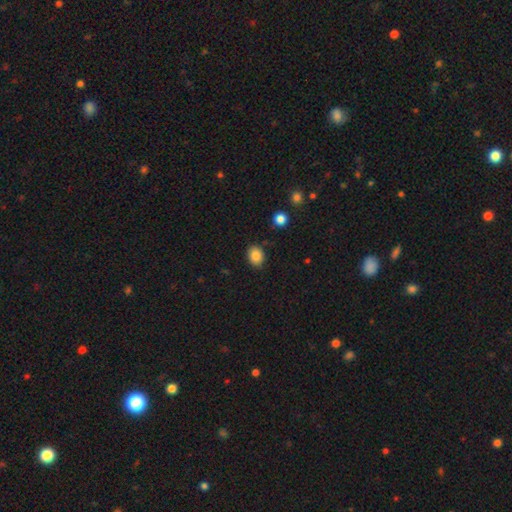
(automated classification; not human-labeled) smooth 86%, star or artifact 9%, featured or disk 5%. Down the decision tree: how rounded — in between (59%); merging — none (84%).